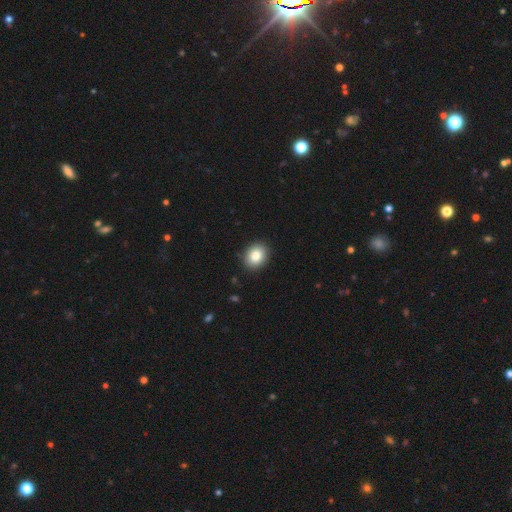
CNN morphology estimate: Smooth or featured? smooth (84%)
How rounded? round (50%)
Merging? none (90%)